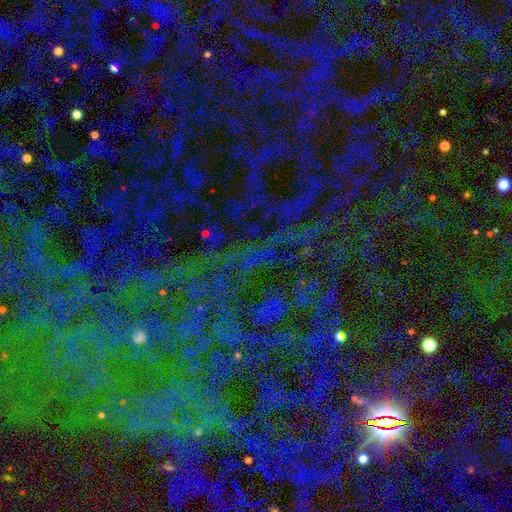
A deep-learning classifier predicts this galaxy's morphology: This appears to be a star or artifact, not a galaxy (81%).